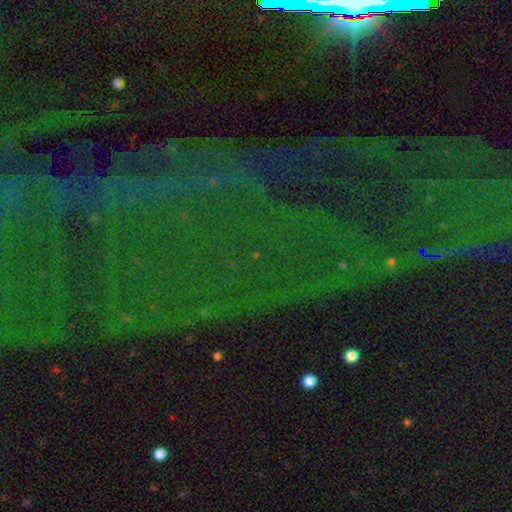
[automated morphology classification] This is clearly a star or artifact rather than a galaxy (83%).